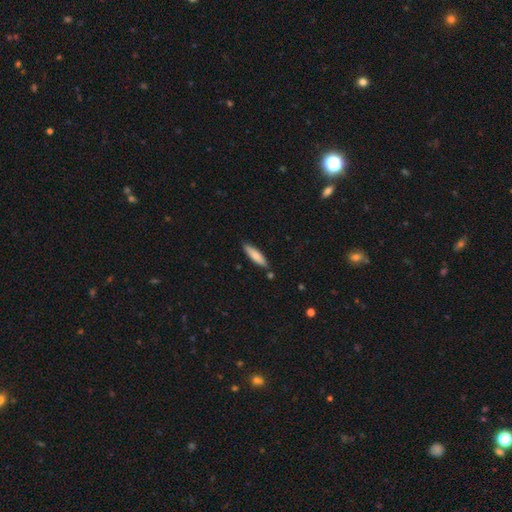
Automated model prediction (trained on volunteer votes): smooth-or-featured: smooth: 79% | featured or disk: 15% | star or artifact: 6%
  how-rounded: cigar-shaped: 69% | in between: 29% | round: 1%
  merging: none: 82% | minor disturbance: 12% | merger: 4% | major disturbance: 2%